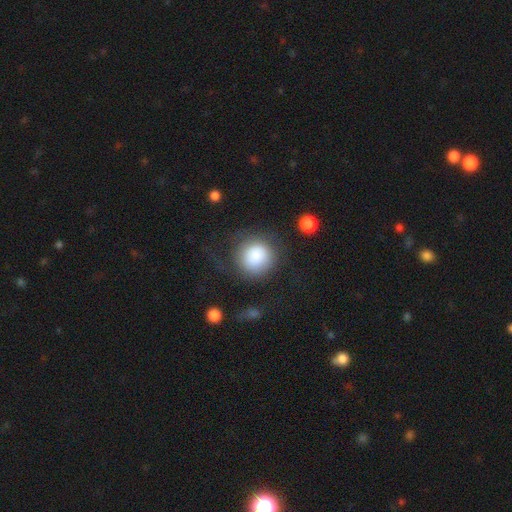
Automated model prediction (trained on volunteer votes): The model was most divided on "merging": none: 62%, major disturbance: 18%, minor disturbance: 16%, merger: 3%. More confident: how rounded — round (92%); smooth or featured — smooth (79%).